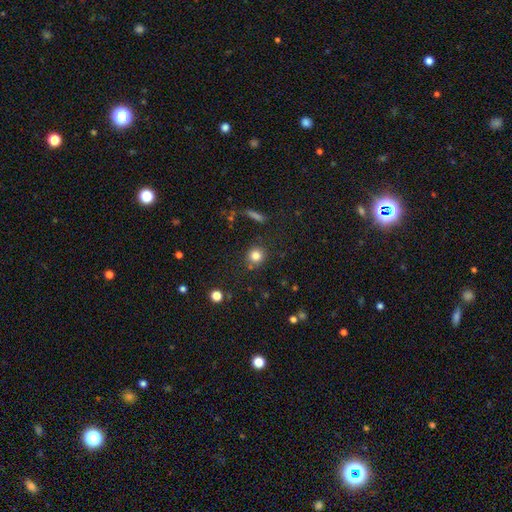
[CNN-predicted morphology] smooth_or_featured: smooth (p=0.81) [alt: star or artifact p=0.12]
how_rounded: round (p=0.90) [alt: in between p=0.09]
merging: none (p=0.83) [alt: minor disturbance p=0.09]